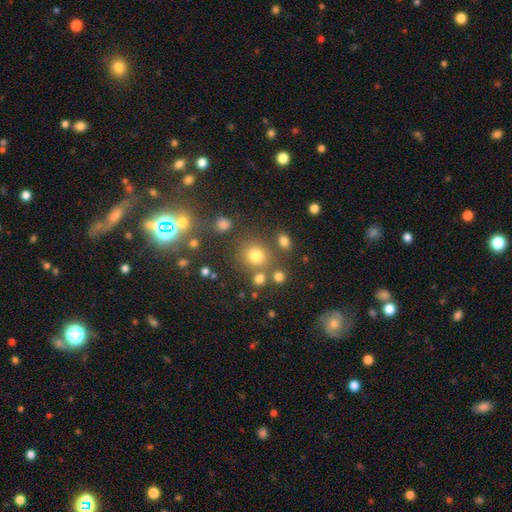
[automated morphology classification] Smooth or featured?
  - smooth: 74% *
  - star or artifact: 18%
  - featured or disk: 8%
How rounded?
  - round: 83% *
  - in between: 16%
  - cigar-shaped: 1%
Merging?
  - none: 73% *
  - merger: 11%
  - minor disturbance: 11%
  - major disturbance: 5%